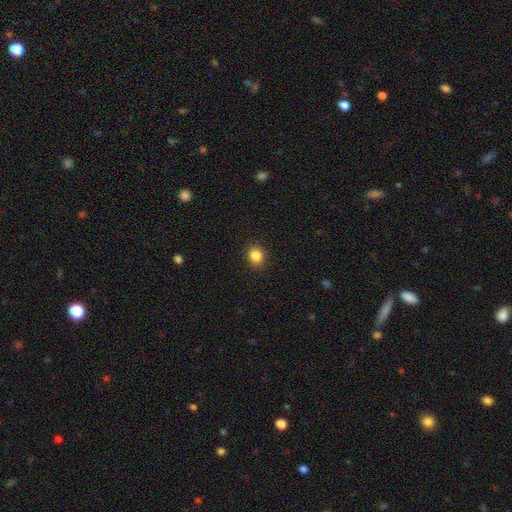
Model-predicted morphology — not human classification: This is clearly a smooth galaxy (85%). How rounded: likely round (63%). Merging: clearly none (90%).